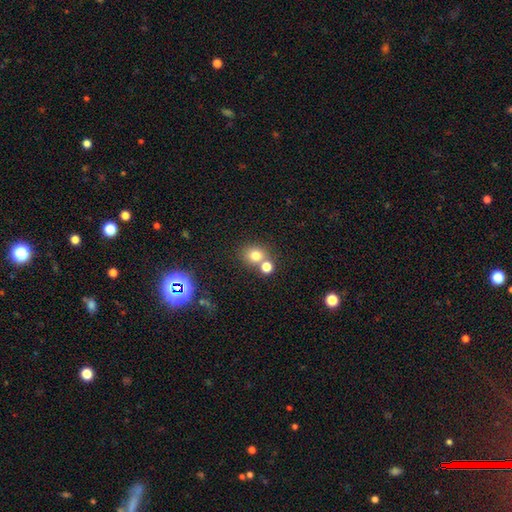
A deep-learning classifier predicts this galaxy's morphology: This is likely a smooth galaxy (76%). How rounded: likely round (79%). Merging: possibly none (59%).